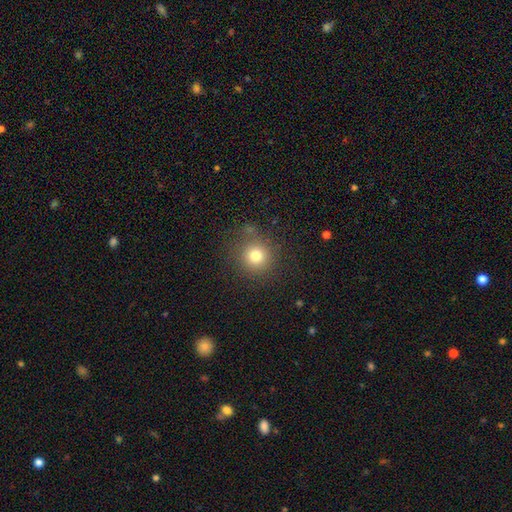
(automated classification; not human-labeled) The model was most divided on "smooth or featured": smooth: 79%, star or artifact: 14%, featured or disk: 7%. More confident: how rounded — round (93%); merging — none (82%).